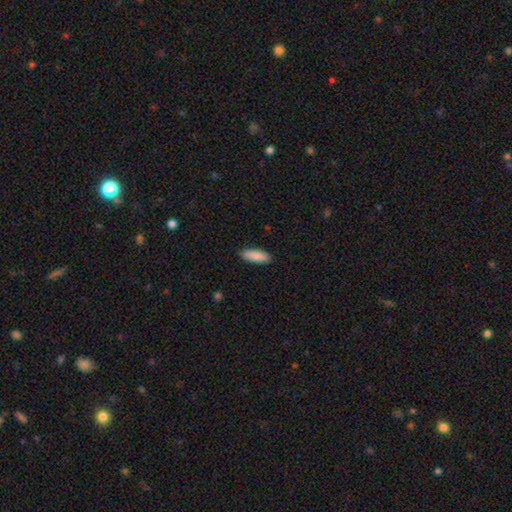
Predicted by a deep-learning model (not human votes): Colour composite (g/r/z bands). It shows a smooth galaxy with no disk features (89%) that is in between round and cigar-shaped (63%). Merging: none (89%).